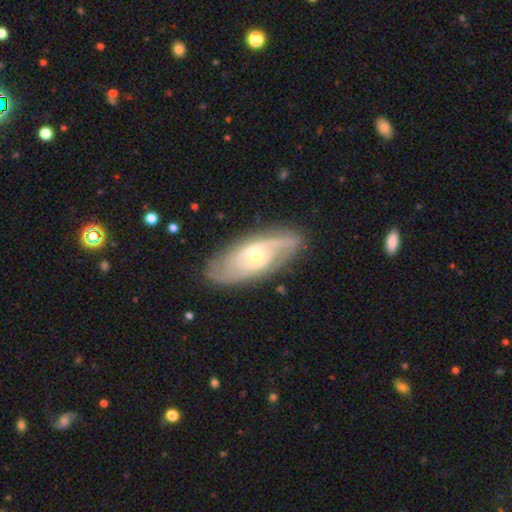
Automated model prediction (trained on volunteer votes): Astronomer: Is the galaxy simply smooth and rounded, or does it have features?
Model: featured or disk — 82%.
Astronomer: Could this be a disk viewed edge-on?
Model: no — 90%.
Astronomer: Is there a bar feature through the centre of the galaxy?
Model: no — 63%.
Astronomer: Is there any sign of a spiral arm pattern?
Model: yes — 91%.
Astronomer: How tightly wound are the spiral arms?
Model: tight — 50% (runner-up: medium, 38%).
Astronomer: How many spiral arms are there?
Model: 2 — 53%.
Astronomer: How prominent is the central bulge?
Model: moderate — 53% (runner-up: small, 43%).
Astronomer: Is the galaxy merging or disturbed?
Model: none — 80%.